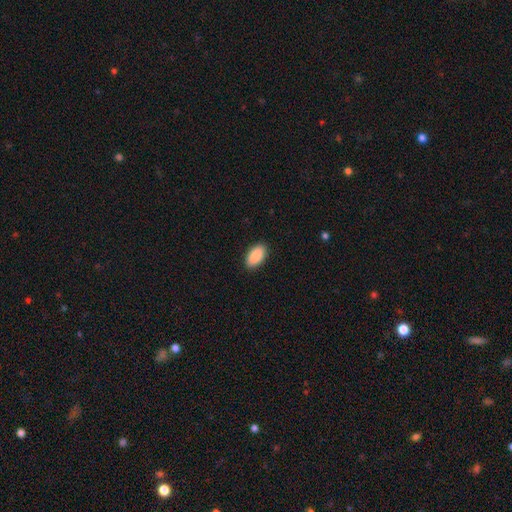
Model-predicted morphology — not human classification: Smooth or featured?
  - smooth: 90% *
  - star or artifact: 6%
  - featured or disk: 4%
How rounded?
  - in between: 95% *
  - round: 3%
  - cigar-shaped: 2%
Merging?
  - none: 89% *
  - minor disturbance: 8%
  - major disturbance: 2%
  - merger: 1%